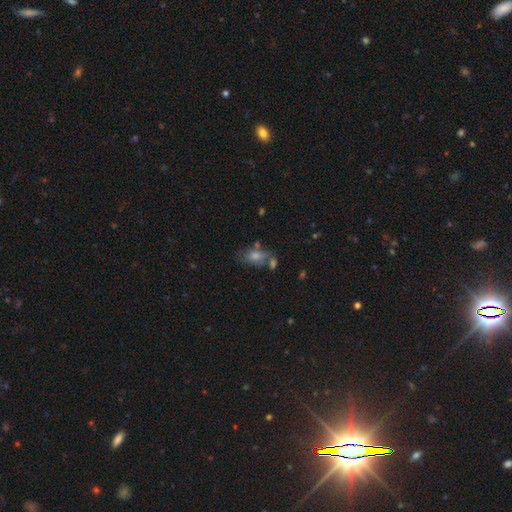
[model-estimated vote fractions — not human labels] The model was most divided on "smooth or featured": smooth: 51%, featured or disk: 29%, star or artifact: 20%. More confident: how rounded — in between (78%); merging — none (50%).